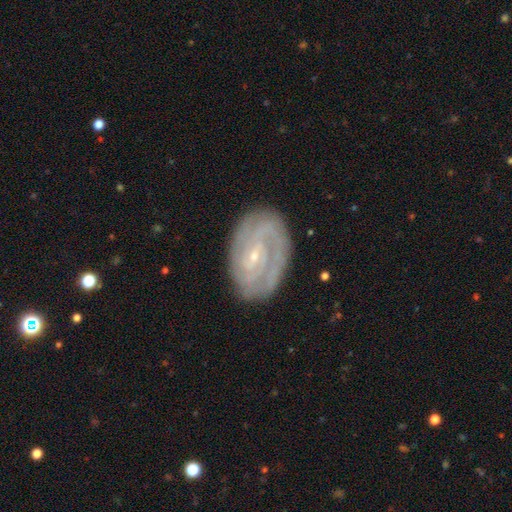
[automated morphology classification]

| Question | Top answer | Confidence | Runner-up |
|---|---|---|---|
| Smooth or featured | featured or disk | 81% | smooth (12%) |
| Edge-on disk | no | 96% | yes (4%) |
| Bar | weak | 45% | no (35%) |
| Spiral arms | yes | 91% | no (9%) |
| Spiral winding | tight | 60% | medium (31%) |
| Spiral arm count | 2 | 38% | can't tell (32%) |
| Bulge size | small | 84% | moderate (13%) |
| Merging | none | 79% | minor disturbance (15%) |